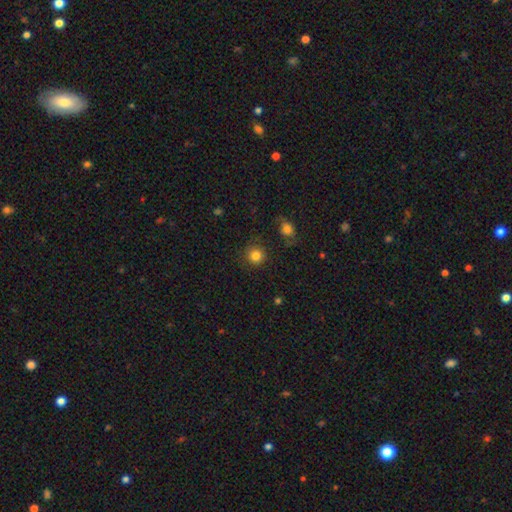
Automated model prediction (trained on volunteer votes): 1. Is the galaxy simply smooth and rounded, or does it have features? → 83% smooth, 12% star or artifact, 5% featured or disk.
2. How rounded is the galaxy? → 93% round, 6% in between, 1% cigar-shaped.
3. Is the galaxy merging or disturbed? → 86% none, 9% minor disturbance, 3% major disturbance, 2% merger.